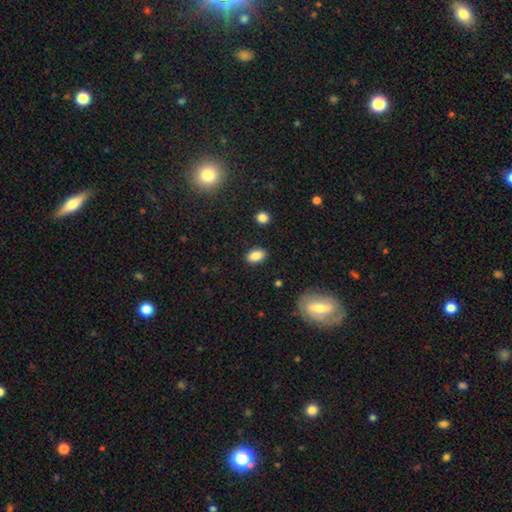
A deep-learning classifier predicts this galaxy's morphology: Smooth or featured: smooth — 86% (star or artifact — 8%)
How rounded: in between — 88% (round — 10%)
Merging: none — 86% (minor disturbance — 10%)